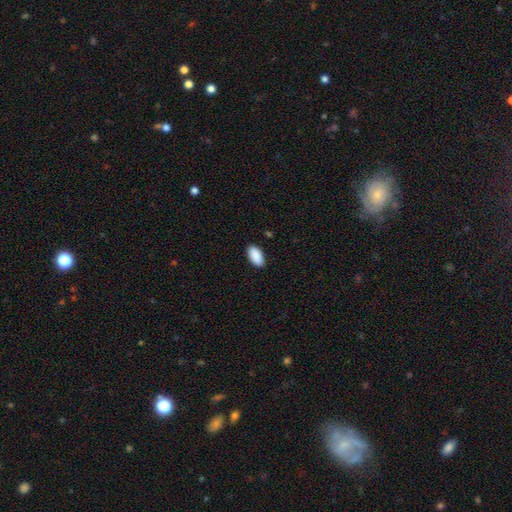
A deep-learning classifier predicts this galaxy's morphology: The model was most divided on "merging": none: 89%, minor disturbance: 8%, major disturbance: 2%, merger: 1%. More confident: how rounded — in between (94%); smooth or featured — smooth (91%).